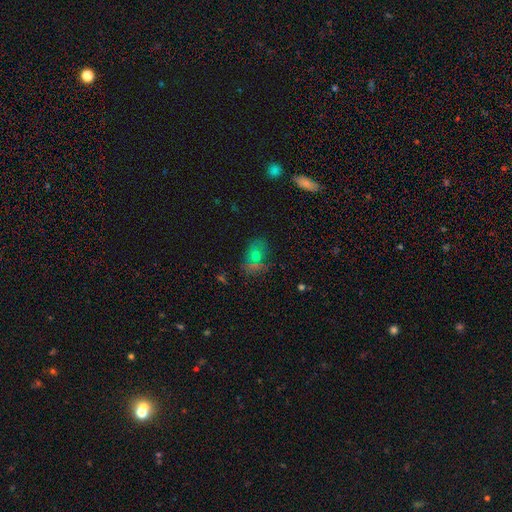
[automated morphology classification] smooth_or_featured: smooth (p=0.52) [alt: star or artifact p=0.25]
how_rounded: in between (p=0.71) [alt: round p=0.25]
merging: none (p=0.53) [alt: minor disturbance p=0.19]